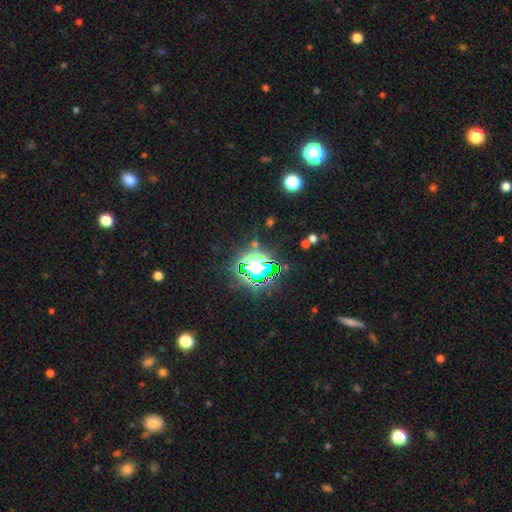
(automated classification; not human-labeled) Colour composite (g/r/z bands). It shows a star or artifact, not a galaxy (78%).